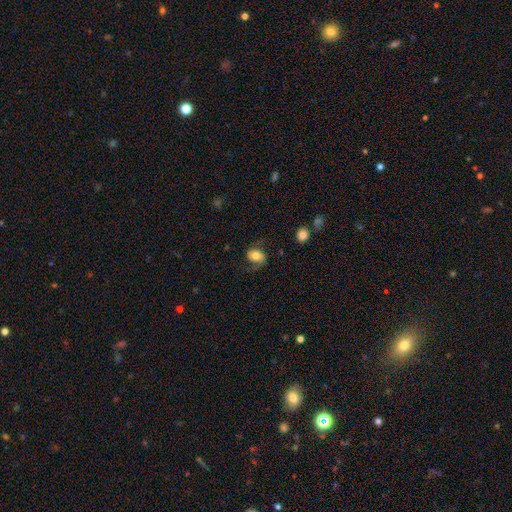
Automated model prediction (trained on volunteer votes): Q: Smooth or featured?
A: smooth (54%); runner-up: featured or disk (38%)
Q: How rounded?
A: in between (58%); runner-up: round (41%)
Q: Merging?
A: none (67%); runner-up: minor disturbance (20%)